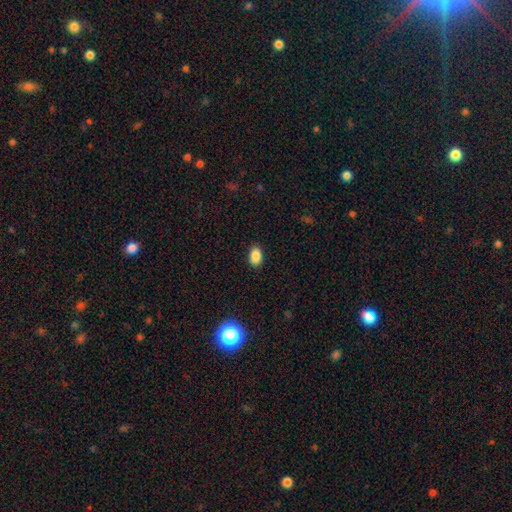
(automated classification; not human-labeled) This appears to be a smooth galaxy with no disk features (87%) that is in between round and cigar-shaped (87%). Merging: none (88%).